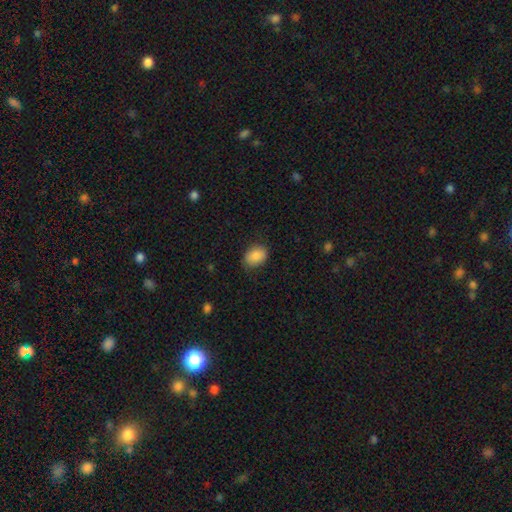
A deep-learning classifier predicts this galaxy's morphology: smooth_or_featured: smooth (p=0.87) [alt: star or artifact p=0.07]
how_rounded: in between (p=0.75) [alt: round p=0.24]
merging: none (p=0.79) [alt: minor disturbance p=0.17]